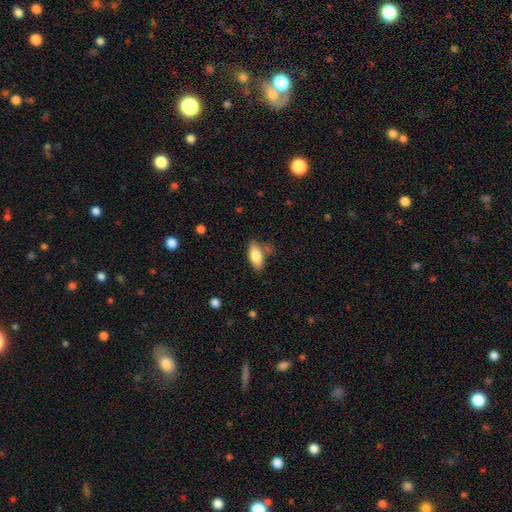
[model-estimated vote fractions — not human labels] smooth-or-featured: smooth: 78% | featured or disk: 15% | star or artifact: 7%
  how-rounded: in between: 85% | cigar-shaped: 12% | round: 3%
  merging: none: 67% | minor disturbance: 20% | merger: 8% | major disturbance: 5%